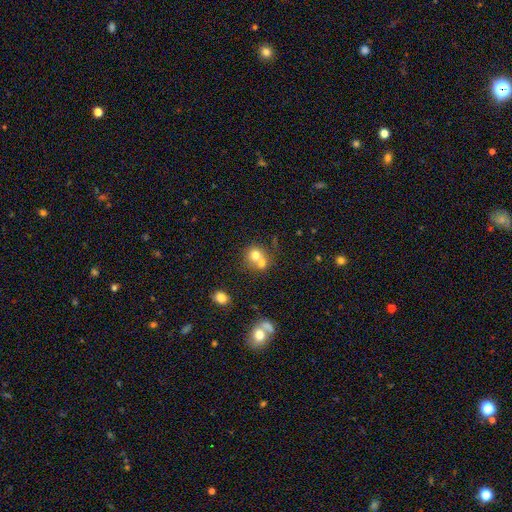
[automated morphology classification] This appears to be a smooth galaxy with no disk features (72%) that is round (80%). Merging: merger (56%).